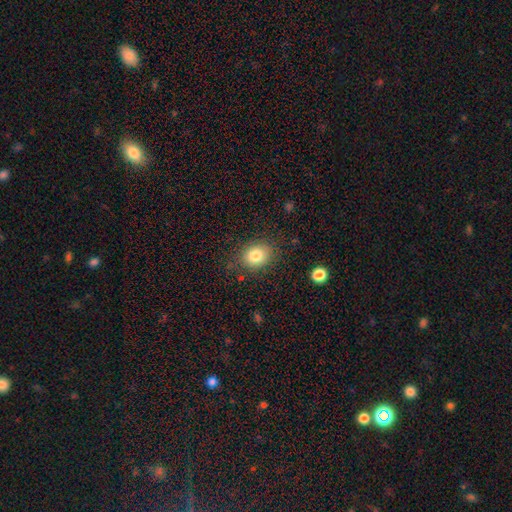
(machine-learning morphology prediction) Smooth or featured?
  - smooth: 81% *
  - star or artifact: 10%
  - featured or disk: 9%
How rounded?
  - round: 59% *
  - in between: 40%
  - cigar-shaped: 1%
Merging?
  - none: 81% *
  - minor disturbance: 13%
  - major disturbance: 4%
  - merger: 2%